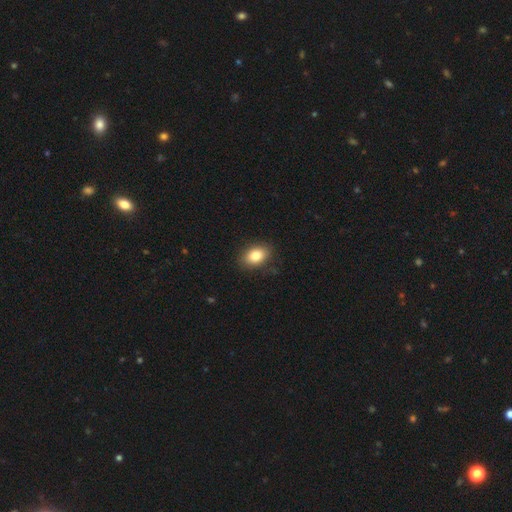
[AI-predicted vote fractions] This appears to be a smooth galaxy with no disk features (82%) that is in between round and cigar-shaped (81%). Merging: none (86%).